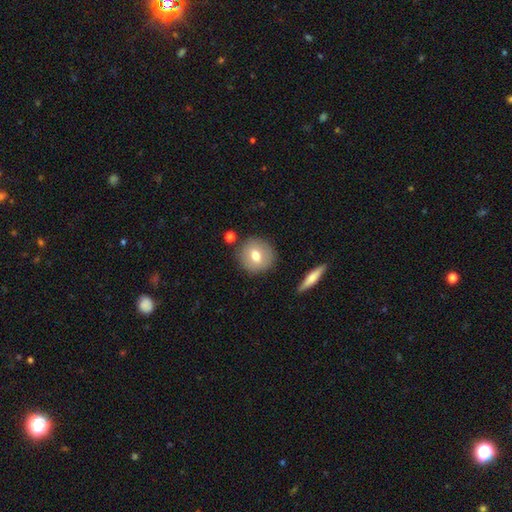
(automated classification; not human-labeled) A smooth galaxy with no disk features (69%) that is round (88%). Merging: none (84%).